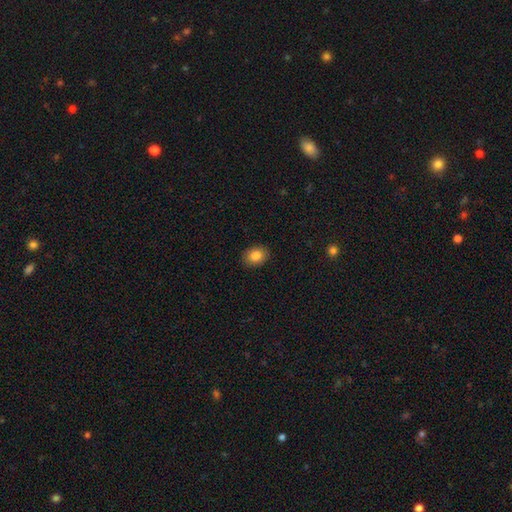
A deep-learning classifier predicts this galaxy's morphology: This appears to be a smooth galaxy with no disk features (84%) that is in between round and cigar-shaped (57%). Merging: none (89%).